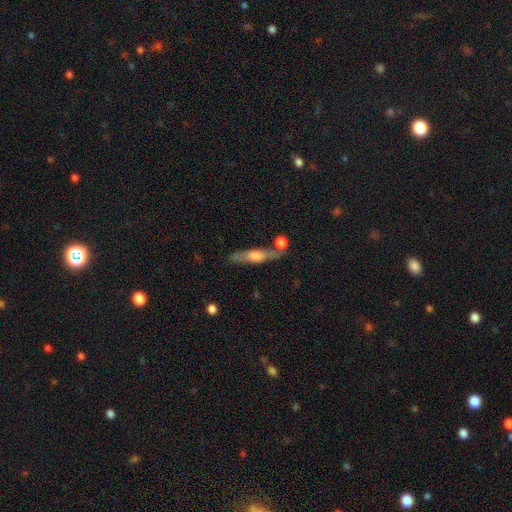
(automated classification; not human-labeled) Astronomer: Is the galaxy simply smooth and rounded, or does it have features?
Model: featured or disk — 59%.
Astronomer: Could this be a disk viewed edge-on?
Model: yes — 84%.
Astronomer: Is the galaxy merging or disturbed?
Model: none — 72%.